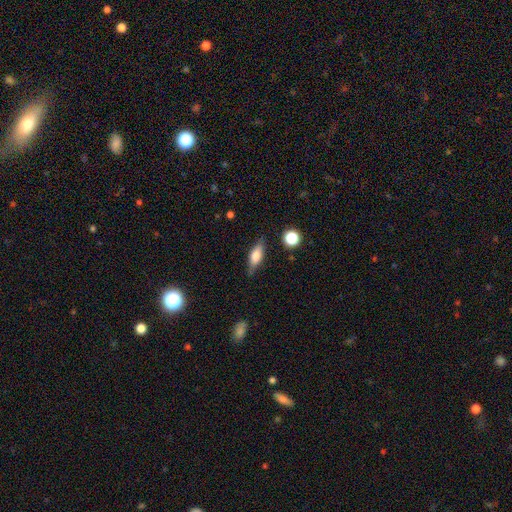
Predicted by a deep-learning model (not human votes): Morphology: type=smooth (62%); roundness=in between (64%); merging=none (79%).